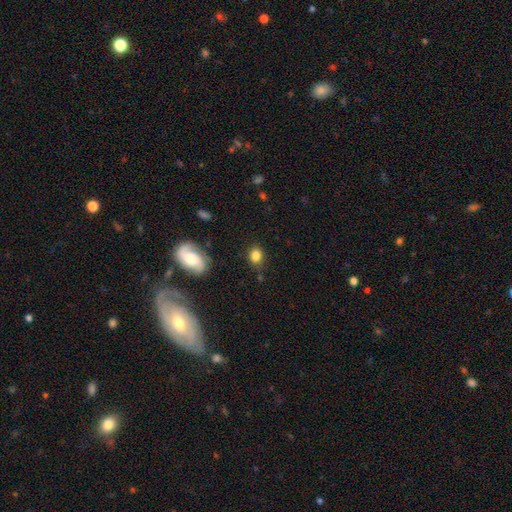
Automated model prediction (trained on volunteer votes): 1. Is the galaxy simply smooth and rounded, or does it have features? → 81% smooth, 10% star or artifact, 9% featured or disk.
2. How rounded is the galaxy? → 53% round, 45% in between, 1% cigar-shaped.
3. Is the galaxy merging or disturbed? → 77% none, 15% minor disturbance, 5% major disturbance, 3% merger.